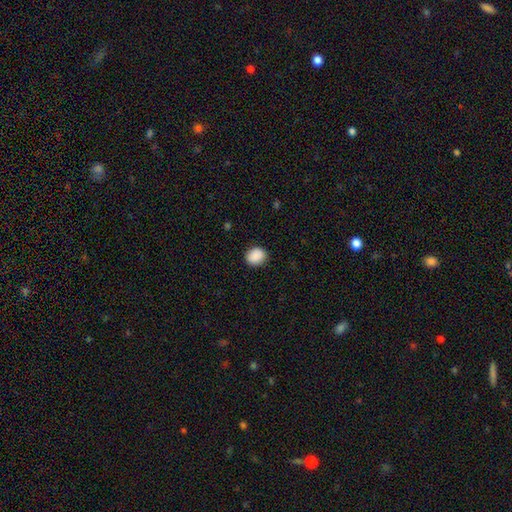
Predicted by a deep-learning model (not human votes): Q: Smooth or featured?
A: smooth (90%); runner-up: star or artifact (8%)
Q: How rounded?
A: round (65%); runner-up: in between (34%)
Q: Merging?
A: none (88%); runner-up: minor disturbance (9%)